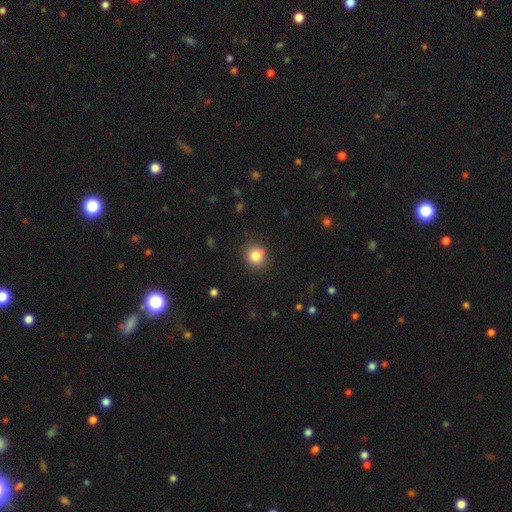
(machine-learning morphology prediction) Smooth or featured: smooth — 83% (star or artifact — 11%)
How rounded: round — 82% (in between — 17%)
Merging: none — 81% (minor disturbance — 12%)